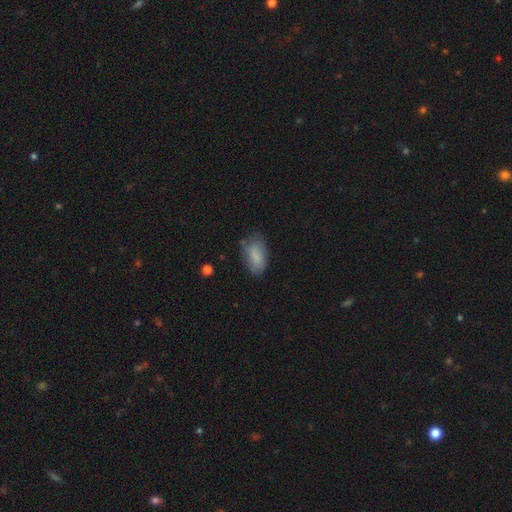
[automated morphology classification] Smooth or featured?
  - smooth: 83% *
  - featured or disk: 10%
  - star or artifact: 7%
How rounded?
  - in between: 93% *
  - round: 4%
  - cigar-shaped: 4%
Merging?
  - none: 65% *
  - minor disturbance: 26%
  - major disturbance: 7%
  - merger: 2%